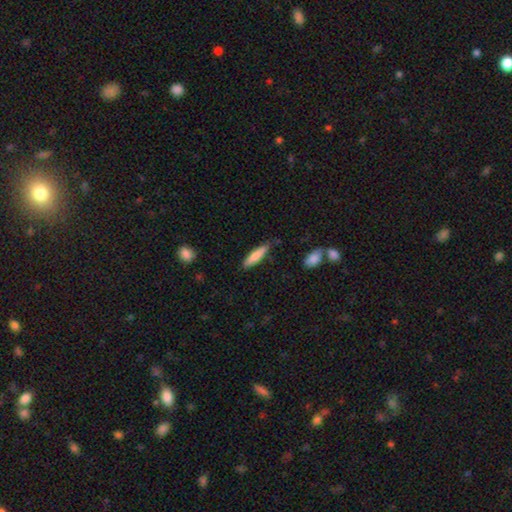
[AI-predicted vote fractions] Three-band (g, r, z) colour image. It shows a smooth galaxy with no disk features (79%) that is cigar-shaped (79%). Merging: none (82%).